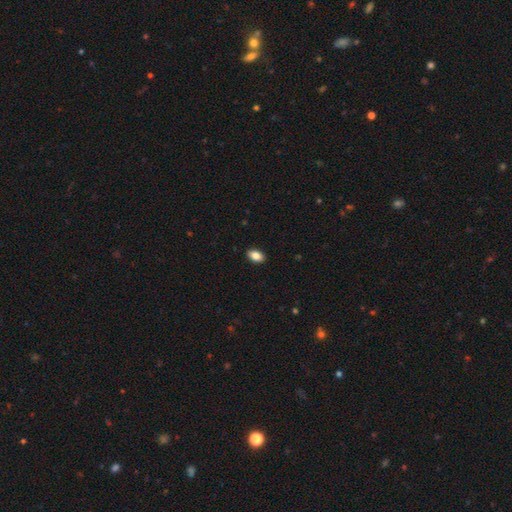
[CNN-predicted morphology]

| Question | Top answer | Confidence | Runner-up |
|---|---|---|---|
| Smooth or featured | smooth | 85% | star or artifact (8%) |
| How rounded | in between | 91% | round (7%) |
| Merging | none | 90% | minor disturbance (7%) |